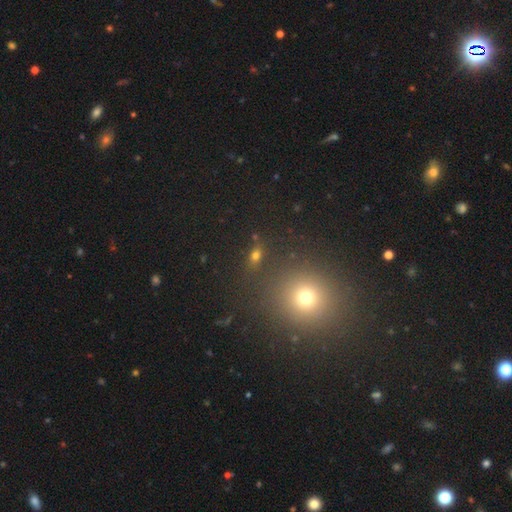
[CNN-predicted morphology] Smooth or featured? smooth (53%)
How rounded? round (47%)
Merging? none (80%)